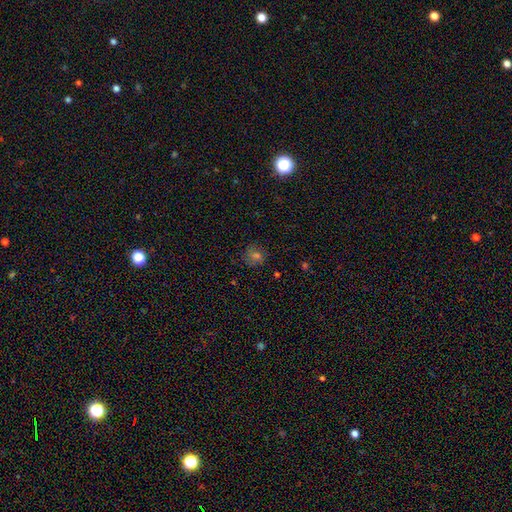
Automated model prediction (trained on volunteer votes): Smooth or featured?
  - smooth: 50% *
  - star or artifact: 28%
  - featured or disk: 23%
Merging?
  - none: 77% *
  - minor disturbance: 15%
  - major disturbance: 7%
  - merger: 2%